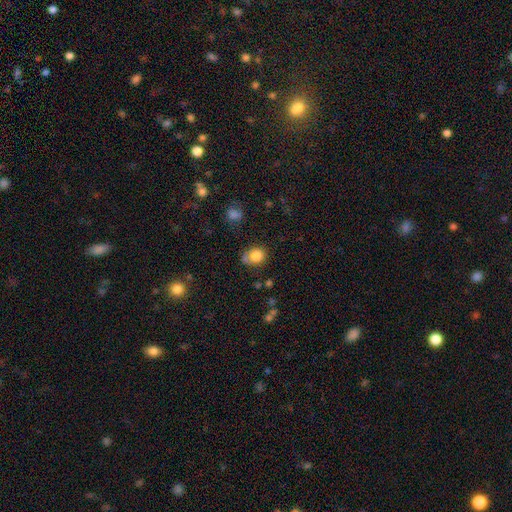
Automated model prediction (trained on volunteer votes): smooth 81%, star or artifact 10%, featured or disk 8%. Down the decision tree: how rounded — round (62%); merging — none (60%).